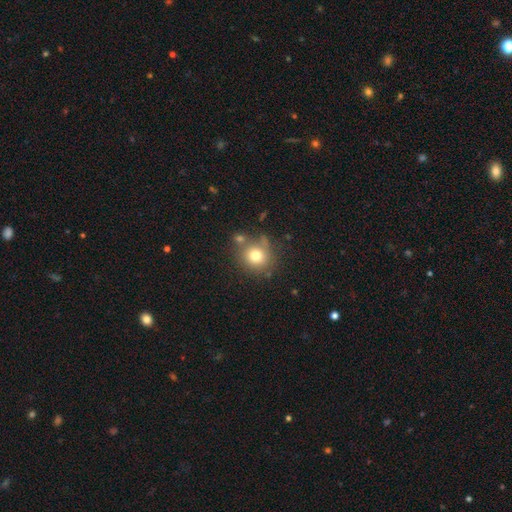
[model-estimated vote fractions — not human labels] Overall: smooth (76%). How rounded: round (87%). Merging: none (68%).